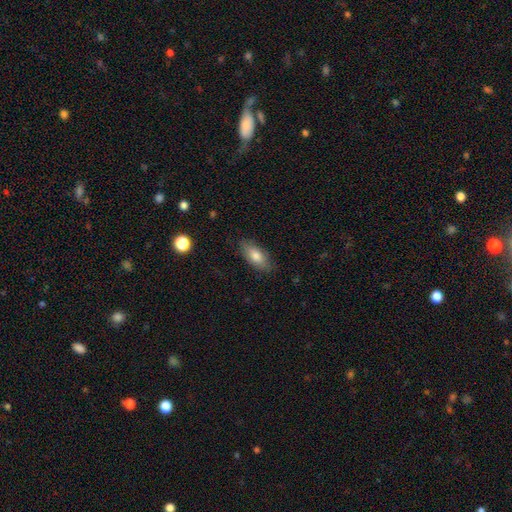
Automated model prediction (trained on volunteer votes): smooth-or-featured: smooth: 79% | featured or disk: 14% | star or artifact: 7%
  how-rounded: in between: 84% | cigar-shaped: 13% | round: 3%
  merging: none: 83% | minor disturbance: 13% | major disturbance: 3% | merger: 1%